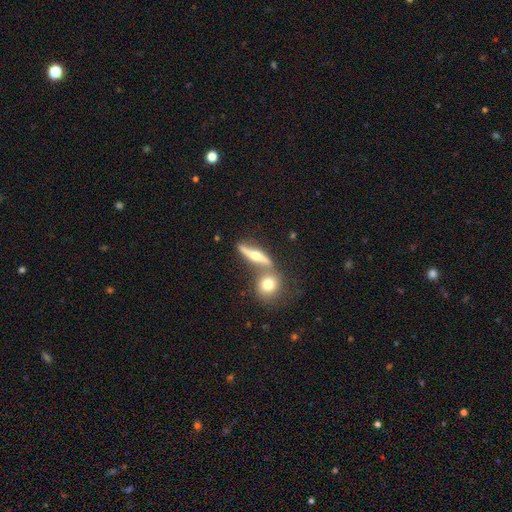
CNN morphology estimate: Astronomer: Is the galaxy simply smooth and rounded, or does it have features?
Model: featured or disk — 67%.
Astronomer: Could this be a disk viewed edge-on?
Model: yes — 76%.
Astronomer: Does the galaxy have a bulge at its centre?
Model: rounded — 93%.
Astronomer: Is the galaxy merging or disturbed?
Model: none — 59%.